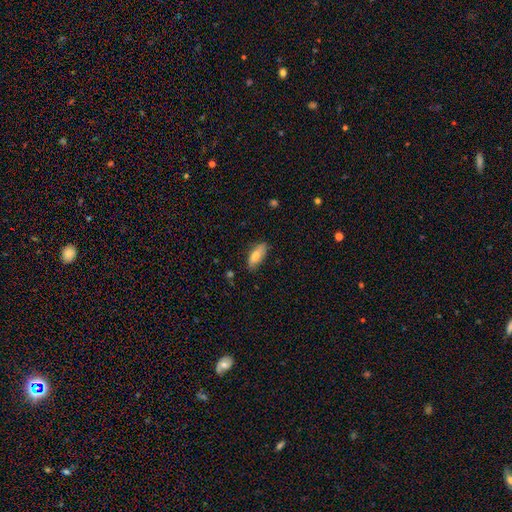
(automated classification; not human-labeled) smooth-or-featured: smooth: 73% | featured or disk: 21% | star or artifact: 6%
  how-rounded: in between: 77% | cigar-shaped: 20% | round: 3%
  merging: none: 80% | minor disturbance: 16% | major disturbance: 3% | merger: 1%